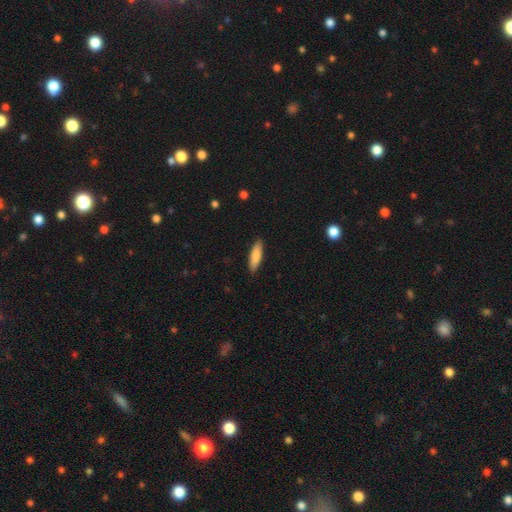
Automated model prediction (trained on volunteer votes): The model was most divided on "how rounded": cigar-shaped: 60%, in between: 38%, round: 2%. More confident: merging — none (88%); smooth or featured — smooth (83%).